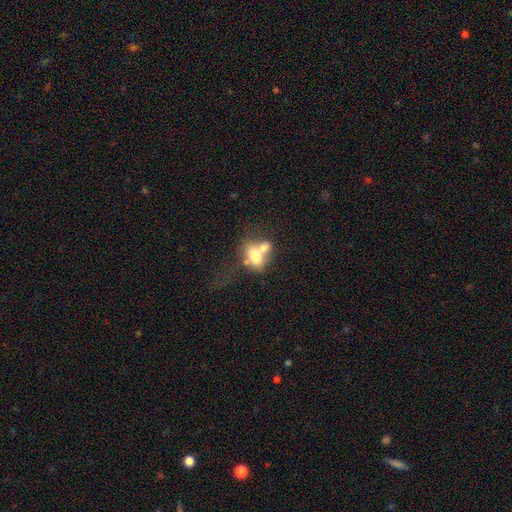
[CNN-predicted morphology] type=smooth (65%); roundness=in between (74%); merging=merger (62%).